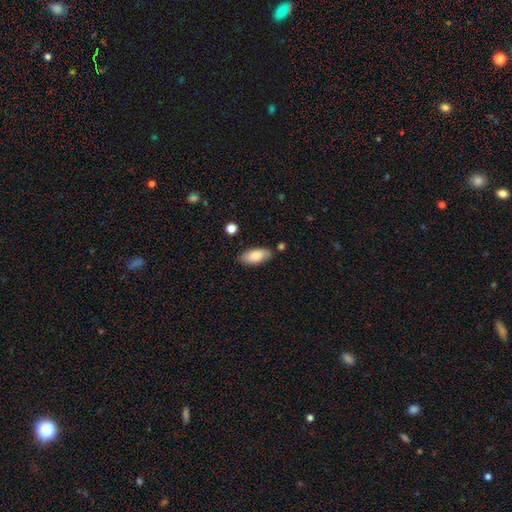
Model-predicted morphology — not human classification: The model was most divided on "merging": none: 81%, minor disturbance: 13%, merger: 3%, major disturbance: 3%. More confident: how rounded — in between (89%); smooth or featured — smooth (82%).